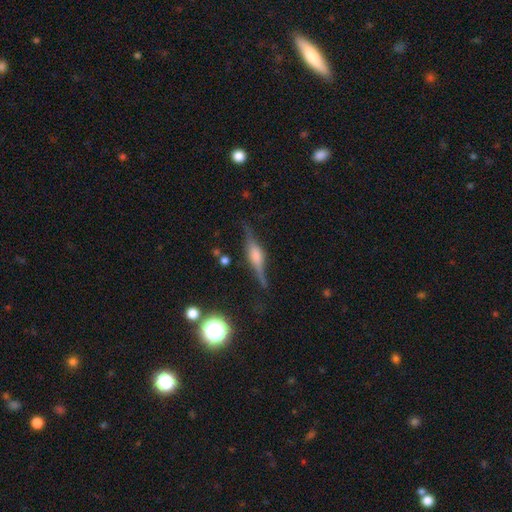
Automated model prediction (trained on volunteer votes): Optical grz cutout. It shows a featured or disk galaxy (79%) viewed edge-on (97%) with a rounded central bulge (75%). Merging: none (82%).